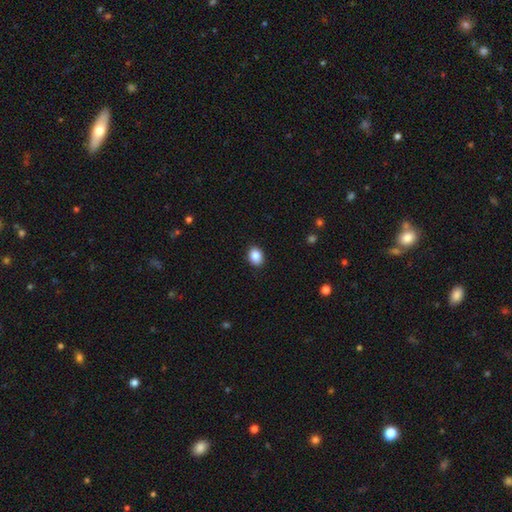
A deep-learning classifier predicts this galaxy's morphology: The model was most divided on "how rounded": in between: 64%, round: 36%, cigar-shaped: 1%. More confident: merging — none (90%); smooth or featured — smooth (87%).